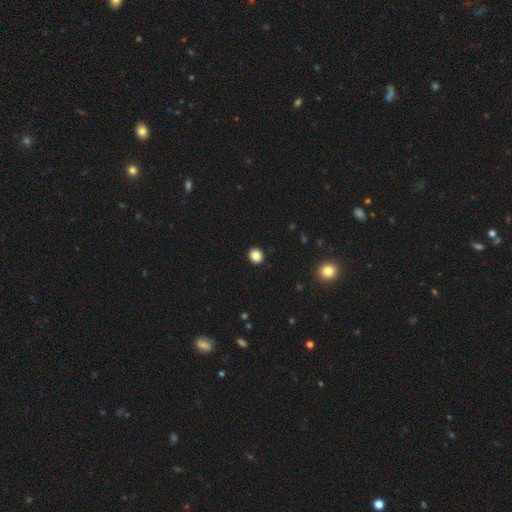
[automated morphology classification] smooth-or-featured: smooth: 86% | star or artifact: 10% | featured or disk: 4%
  how-rounded: round: 84% | in between: 15% | cigar-shaped: 1%
  merging: none: 93% | minor disturbance: 5% | major disturbance: 2% | merger: 1%